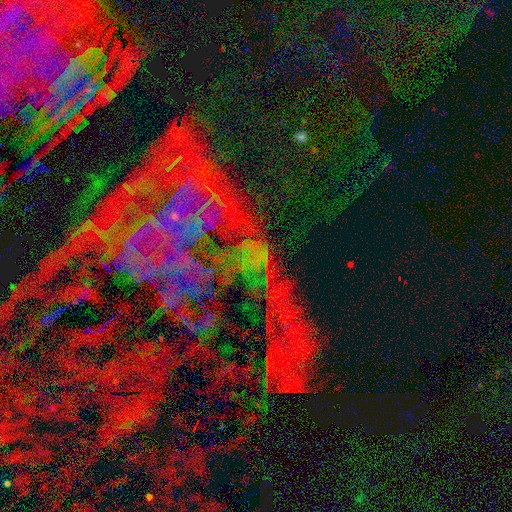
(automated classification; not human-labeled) This is likely a star or artifact rather than a galaxy (62%).